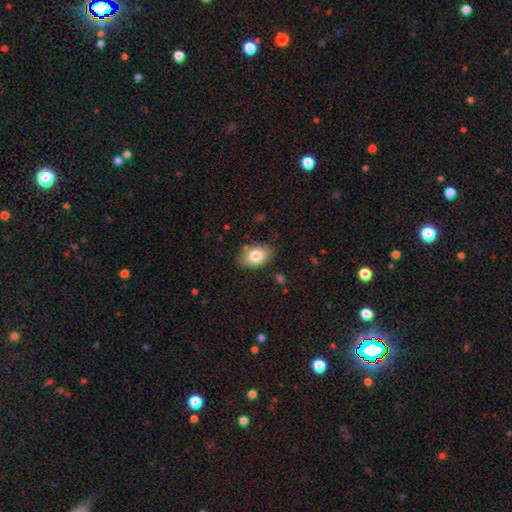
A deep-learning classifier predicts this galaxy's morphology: Smooth or featured? smooth (81%)
How rounded? in between (87%)
Merging? none (82%)